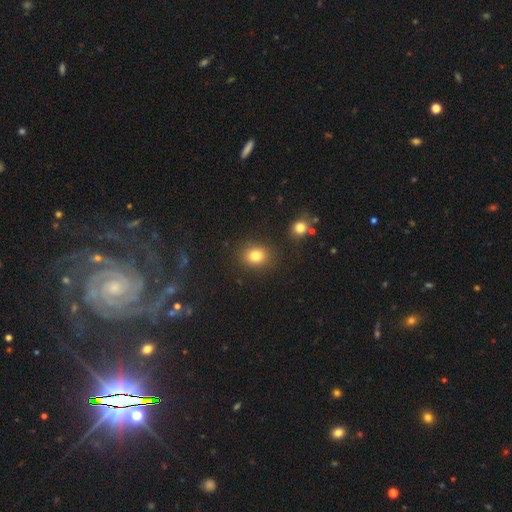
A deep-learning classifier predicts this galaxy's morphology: This is clearly a smooth galaxy (81%). How rounded: likely round (64%). Merging: clearly none (85%).